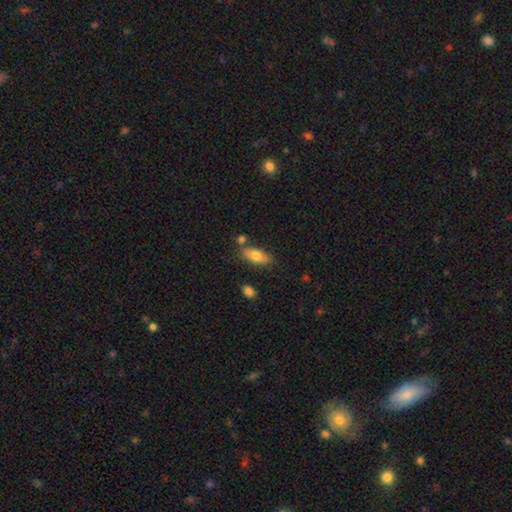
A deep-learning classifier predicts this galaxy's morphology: smooth 76%, featured or disk 17%, star or artifact 7%. Down the decision tree: how rounded — in between (81%); merging — none (71%).